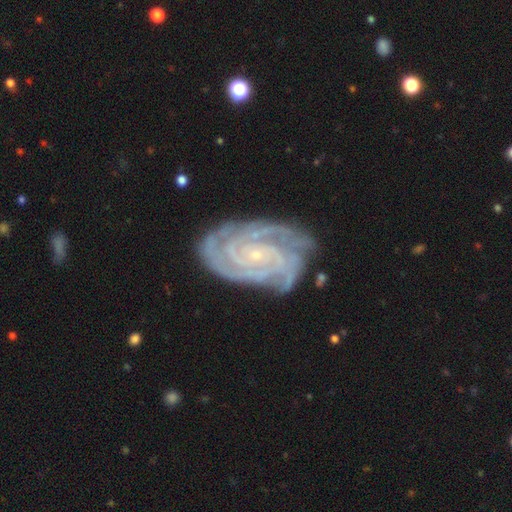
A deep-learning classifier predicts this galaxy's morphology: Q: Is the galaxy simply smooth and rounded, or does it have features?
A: featured or disk — 92%.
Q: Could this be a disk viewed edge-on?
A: no — 98%.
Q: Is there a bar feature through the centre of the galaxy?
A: no — 64%.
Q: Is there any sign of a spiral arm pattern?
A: yes — 99%.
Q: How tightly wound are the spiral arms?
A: tight — 79%.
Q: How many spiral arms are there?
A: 4 — 29%.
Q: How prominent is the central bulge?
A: small — 87%.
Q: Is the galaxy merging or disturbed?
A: none — 76%.